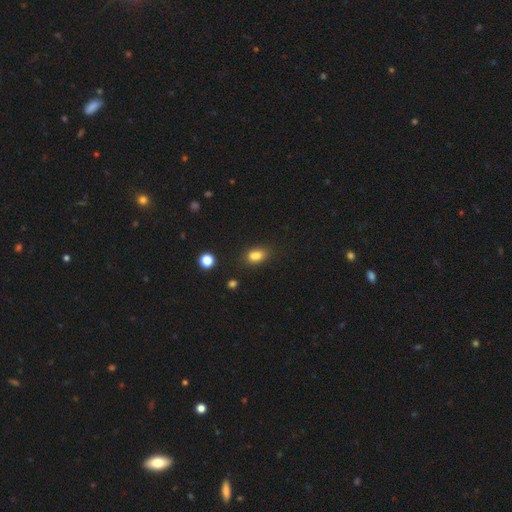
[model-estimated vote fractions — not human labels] Morphology: type=smooth (81%); roundness=in between (78%); merging=none (65%).